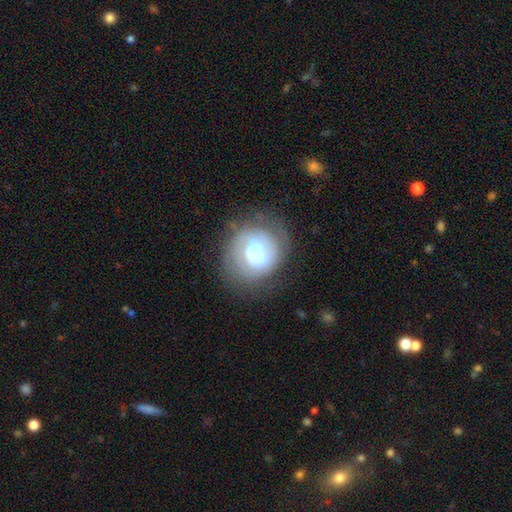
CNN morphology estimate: This is possibly a featured or disk galaxy (56%). It is clearly not viewed edge-on (97%). Bar: possibly no (46%). Spiral arm pattern: likely yes (71%). Central bulge: possibly moderate (49%). Merging: likely none (69%).